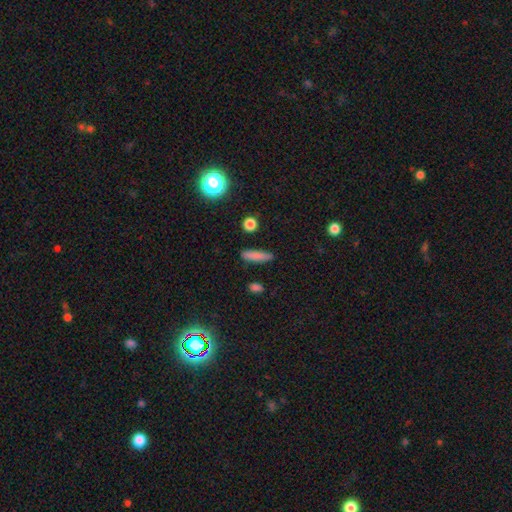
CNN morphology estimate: smooth 81%, featured or disk 10%, star or artifact 9%. Down the decision tree: how rounded — cigar-shaped (78%); merging — none (83%).